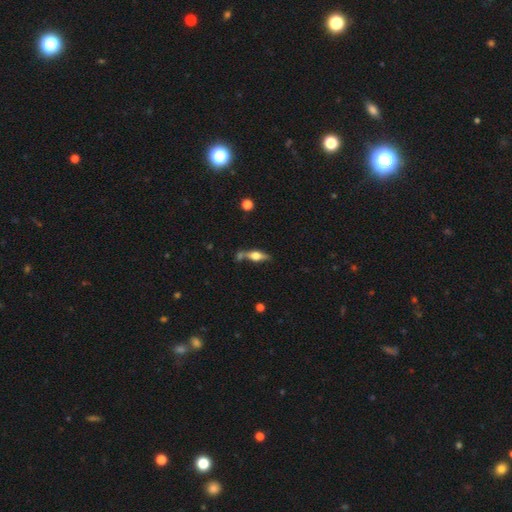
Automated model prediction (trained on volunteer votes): Q: Smooth or featured?
A: featured or disk (51%); runner-up: smooth (41%)
Q: Edge-on disk?
A: yes (89%); runner-up: no (11%)
Q: Merging?
A: none (60%); runner-up: merger (19%)